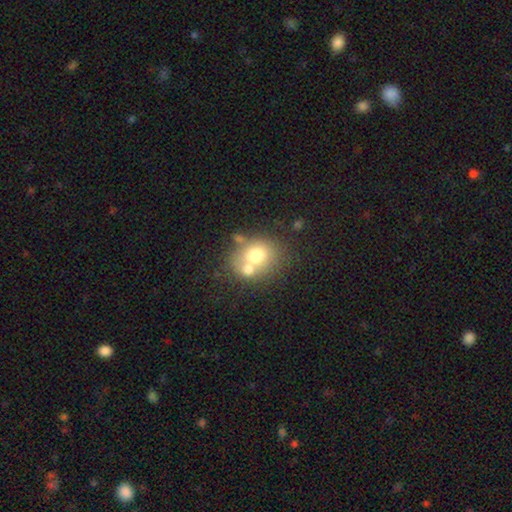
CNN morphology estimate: type=smooth (68%); roundness=round (62%); merging=merger (43%).